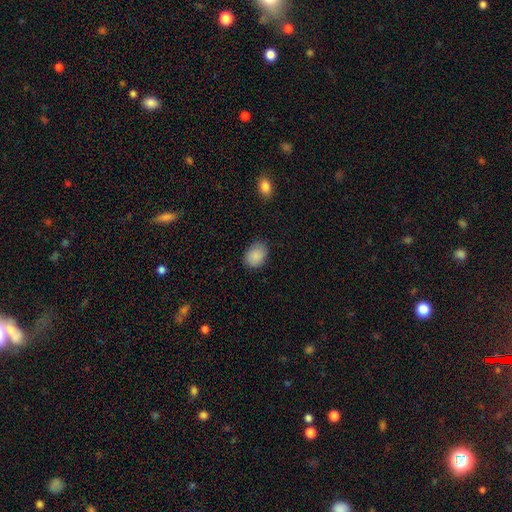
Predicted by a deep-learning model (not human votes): smooth_or_featured: smooth (p=0.88) [alt: star or artifact p=0.07]
how_rounded: in between (p=0.66) [alt: round p=0.33]
merging: none (p=0.81) [alt: minor disturbance p=0.15]